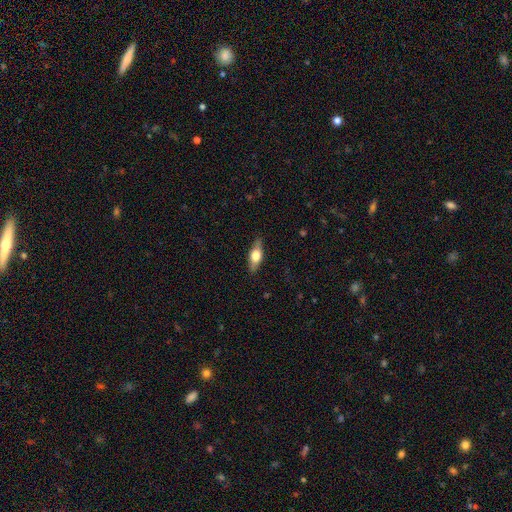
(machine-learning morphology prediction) smooth 49%, featured or disk 44%, star or artifact 7%. Down the decision tree: merging — none (85%).